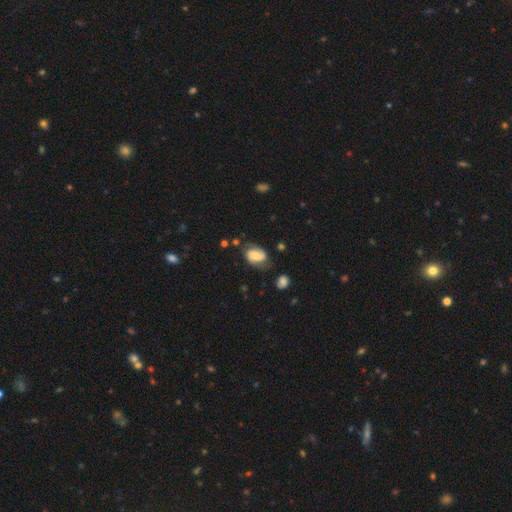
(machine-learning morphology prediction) smooth-or-featured: featured or disk: 59% | smooth: 33% | star or artifact: 8%
  disk-edge-on: no: 97% | yes: 3%
    bar: no: 45% | weak: 41% | strong: 14%
    has-spiral-arms: yes: 89% | no: 11%
      spiral-winding: medium: 45% | tight: 30% | loose: 25%
      spiral-arm-count: 2: 83% | can't tell: 9% | 1: 5% | 3: 1% | 4: 1% | more than 4: 1%
    bulge-size: moderate: 45% | small: 32% | large: 13% | none: 8% | dominant: 2%
  merging: none: 64% | minor disturbance: 23% | major disturbance: 9% | merger: 3%